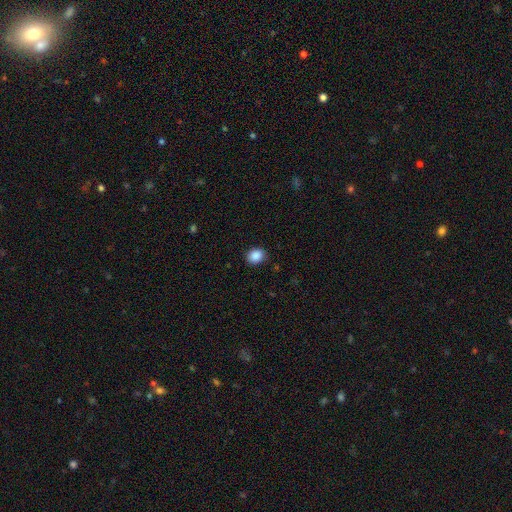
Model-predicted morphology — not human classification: Smooth or featured?
  - smooth: 88% *
  - star or artifact: 9%
  - featured or disk: 3%
How rounded?
  - round: 51% *
  - in between: 49%
  - cigar-shaped: 1%
Merging?
  - none: 88% *
  - minor disturbance: 9%
  - major disturbance: 2%
  - merger: 1%